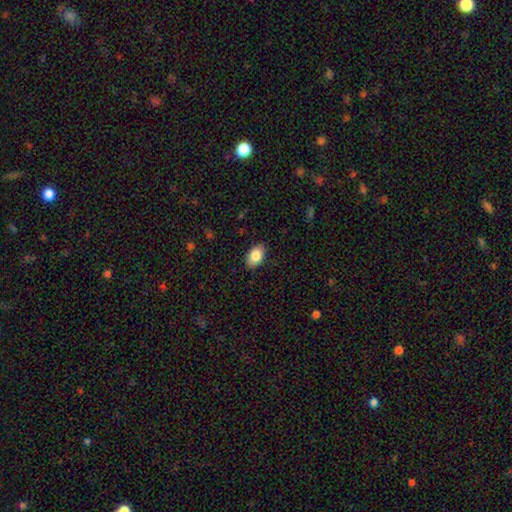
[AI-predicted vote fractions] This appears to be a smooth galaxy with no disk features (85%) that is in between round and cigar-shaped (91%). Merging: none (87%).